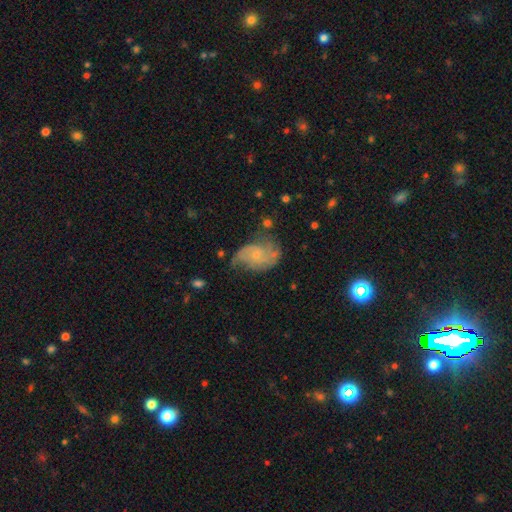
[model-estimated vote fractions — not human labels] A featured or disk galaxy (71%) with no bar (76%), 2 (67%) medium (42%) spiral arms (88%) and a small central bulge (75%). Merging: none (50%).